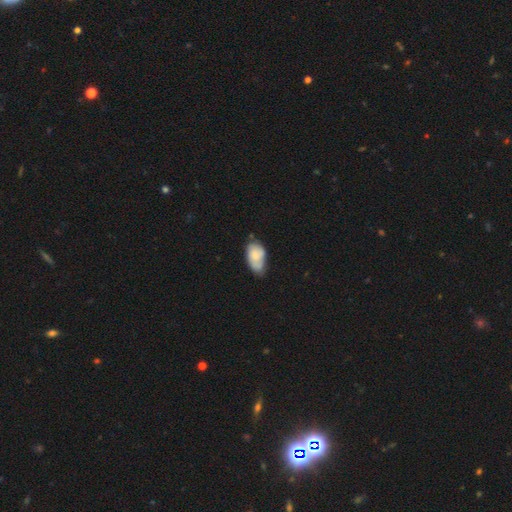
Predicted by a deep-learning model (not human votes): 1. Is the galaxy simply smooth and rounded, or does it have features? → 69% smooth, 24% featured or disk, 7% star or artifact.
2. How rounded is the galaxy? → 93% in between, 5% round, 2% cigar-shaped.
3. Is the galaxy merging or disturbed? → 45% none, 39% minor disturbance, 9% major disturbance, 8% merger.